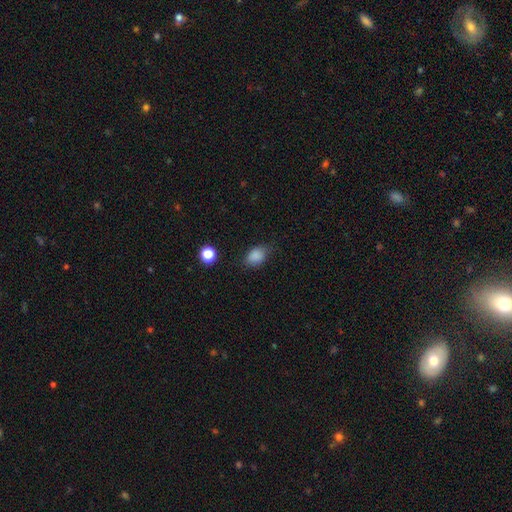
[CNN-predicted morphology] Smooth or featured?
  - smooth: 85% *
  - star or artifact: 10%
  - featured or disk: 5%
How rounded?
  - in between: 75% *
  - round: 23%
  - cigar-shaped: 1%
Merging?
  - none: 69% *
  - minor disturbance: 23%
  - major disturbance: 6%
  - merger: 2%